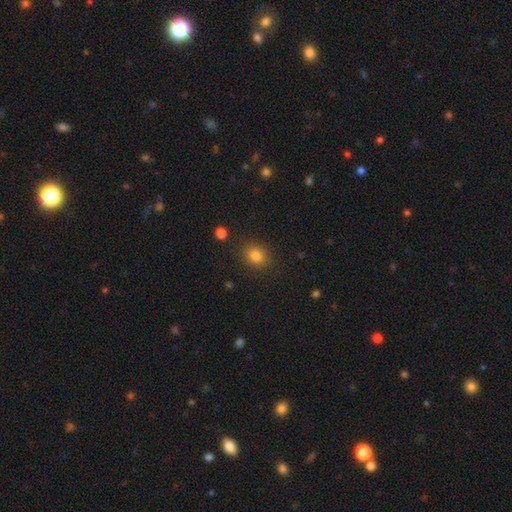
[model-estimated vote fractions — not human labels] Overall: smooth (82%). How rounded: round (61%; in between 38%). Merging: none (85%).